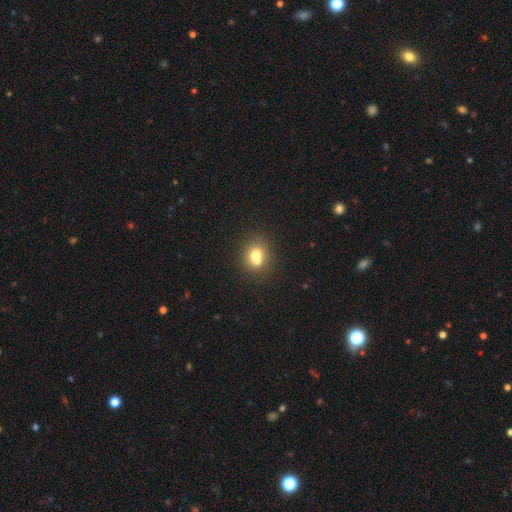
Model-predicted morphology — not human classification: Smooth or featured? smooth (70%)
How rounded? round (71%)
Merging? none (45%)